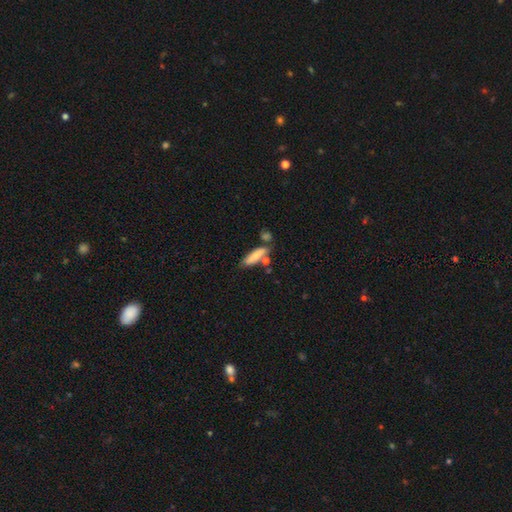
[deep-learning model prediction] The model was most divided on "how rounded": cigar-shaped: 57%, in between: 40%, round: 3%. More confident: smooth or featured — smooth (76%); merging — none (59%).